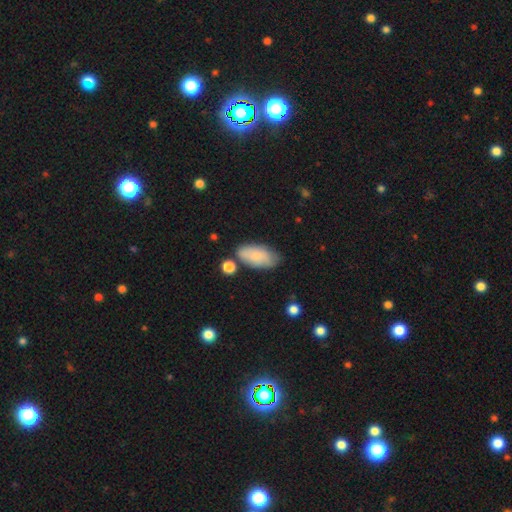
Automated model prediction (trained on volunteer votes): Smooth or featured? Predicted: smooth (p=0.78). How rounded? Predicted: in between (p=0.93). Merging? Predicted: none (p=0.68).